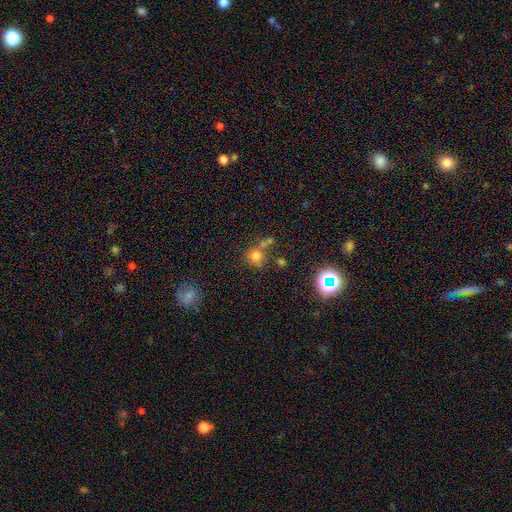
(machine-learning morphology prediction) Q: Smooth or featured?
A: smooth (68%); runner-up: star or artifact (21%)
Q: How rounded?
A: round (78%); runner-up: in between (21%)
Q: Merging?
A: none (50%); runner-up: merger (27%)